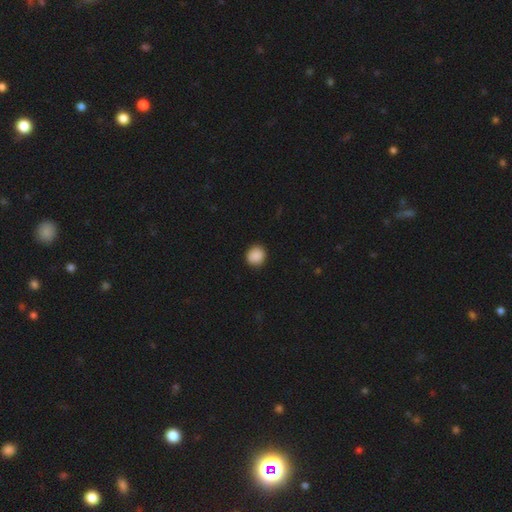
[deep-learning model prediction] This is clearly a smooth galaxy (89%). How rounded: clearly round (86%). Merging: clearly none (89%).